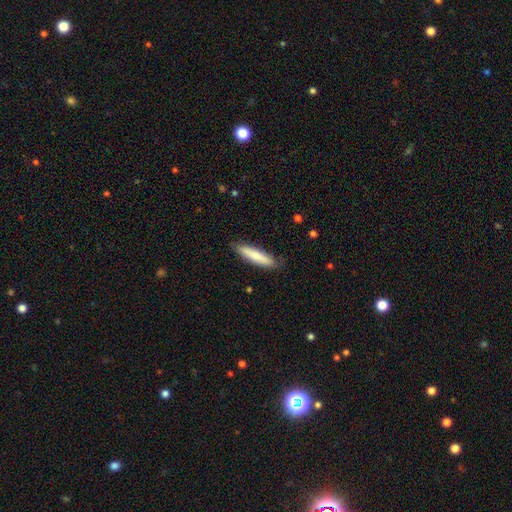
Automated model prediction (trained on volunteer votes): A smooth galaxy with no disk features (74%) that is cigar-shaped (81%). Merging: none (85%).